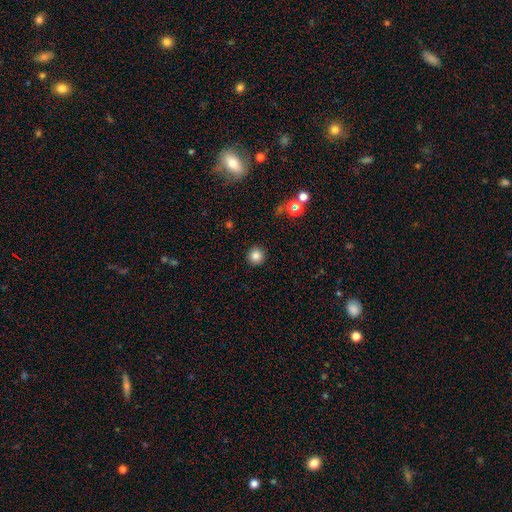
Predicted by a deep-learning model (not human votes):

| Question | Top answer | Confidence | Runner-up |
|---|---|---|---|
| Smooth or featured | smooth | 82% | star or artifact (13%) |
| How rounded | round | 95% | in between (4%) |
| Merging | none | 92% | minor disturbance (5%) |